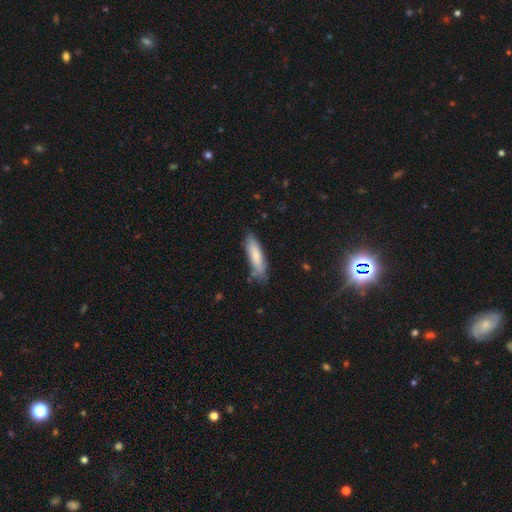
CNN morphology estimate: Smooth or featured?
  - smooth: 80% *
  - featured or disk: 14%
  - star or artifact: 6%
How rounded?
  - cigar-shaped: 69% *
  - in between: 30%
  - round: 1%
Merging?
  - none: 78% *
  - minor disturbance: 16%
  - major disturbance: 3%
  - merger: 2%